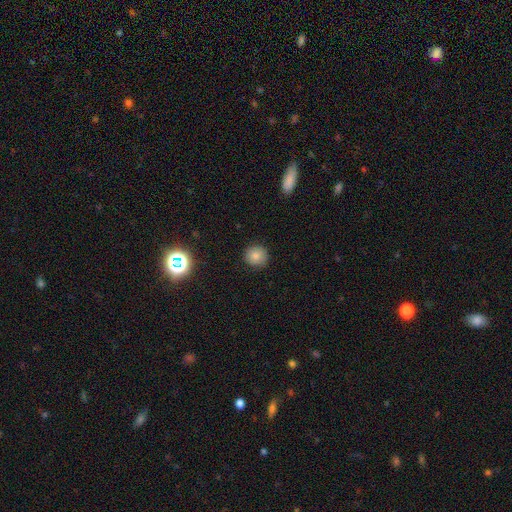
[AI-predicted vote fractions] smooth 81%, star or artifact 12%, featured or disk 7%. Down the decision tree: how rounded — round (92%); merging — none (90%).